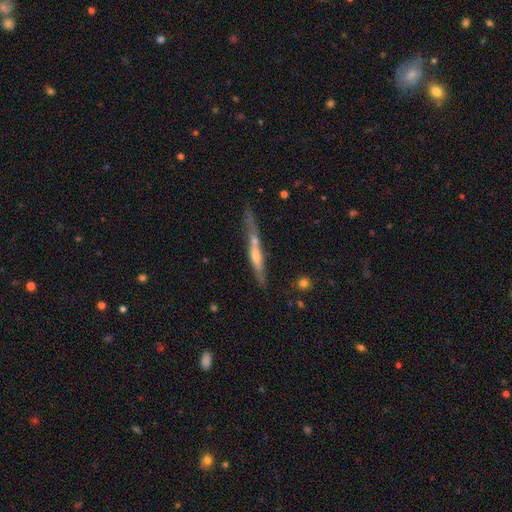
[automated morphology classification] smooth-or-featured: featured or disk: 60% | smooth: 33% | star or artifact: 7%
  disk-edge-on: yes: 92% | no: 8%
    edge-on-bulge: rounded: 49% | none: 38% | boxy: 13%
  merging: none: 63% | minor disturbance: 19% | merger: 11% | major disturbance: 6%